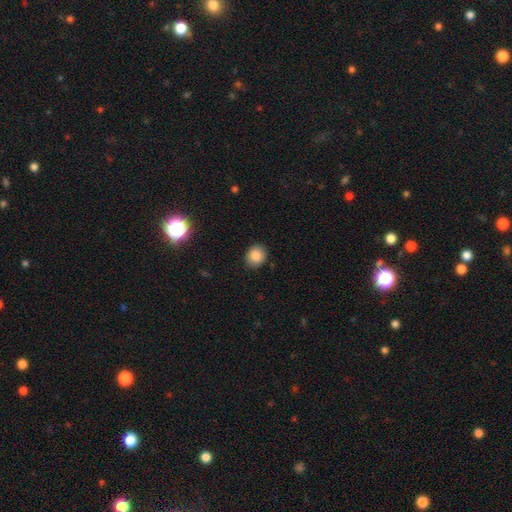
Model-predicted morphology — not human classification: type=smooth (86%); roundness=round (63%); merging=none (87%).